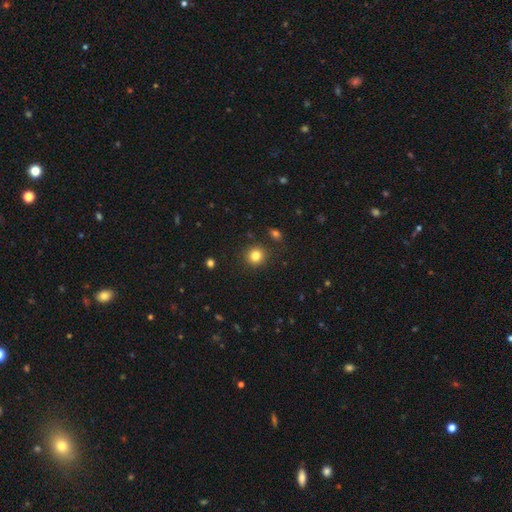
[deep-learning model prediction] The model was most divided on "smooth or featured": smooth: 82%, star or artifact: 12%, featured or disk: 6%. More confident: how rounded — round (91%); merging — none (89%).